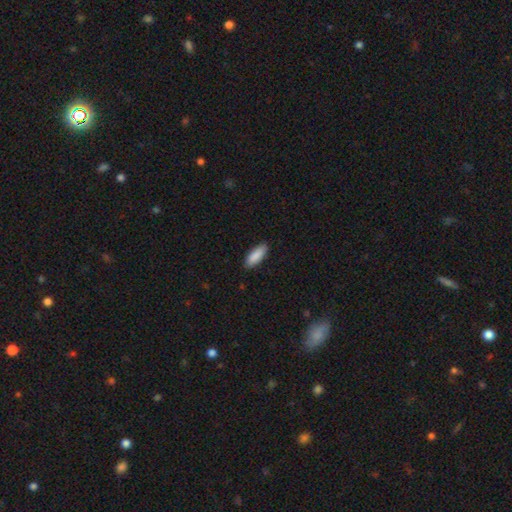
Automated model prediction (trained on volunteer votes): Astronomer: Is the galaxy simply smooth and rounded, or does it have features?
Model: smooth — 90%.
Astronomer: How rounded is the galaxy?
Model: in between — 71%.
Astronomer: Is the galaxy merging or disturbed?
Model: none — 87%.